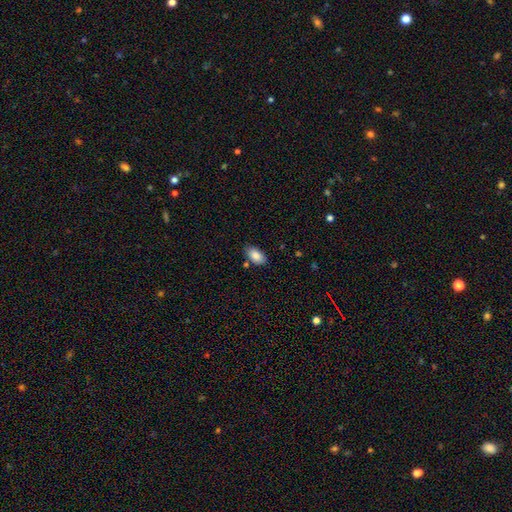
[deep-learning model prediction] smooth-or-featured: smooth: 86% | star or artifact: 7% | featured or disk: 7%
  how-rounded: in between: 93% | round: 5% | cigar-shaped: 2%
  merging: none: 79% | minor disturbance: 14% | merger: 4% | major disturbance: 3%